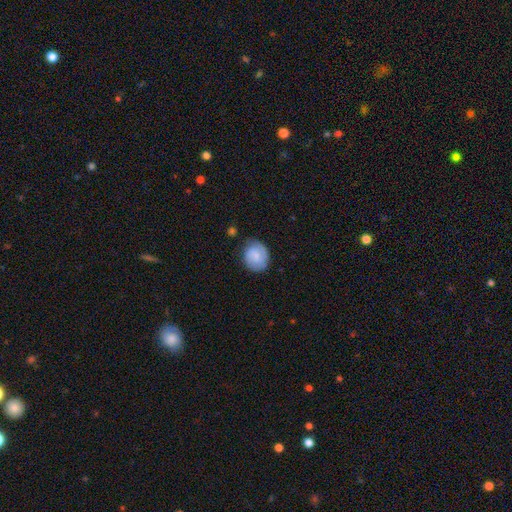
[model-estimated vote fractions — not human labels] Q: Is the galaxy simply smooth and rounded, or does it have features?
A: smooth — 49%.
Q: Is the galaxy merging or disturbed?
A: none — 71%.